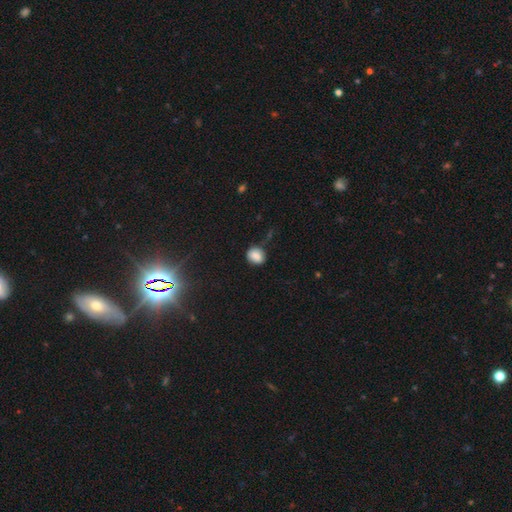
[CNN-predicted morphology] A smooth galaxy with no disk features (84%) that is round (62%).

Vote fractions:
- Smooth or featured? smooth: 84% / star or artifact: 9% / featured or disk: 6%
- How rounded? round: 62% / in between: 37% / cigar-shaped: 1%
- Merging? none: 70% / minor disturbance: 21% / major disturbance: 5% / merger: 3%